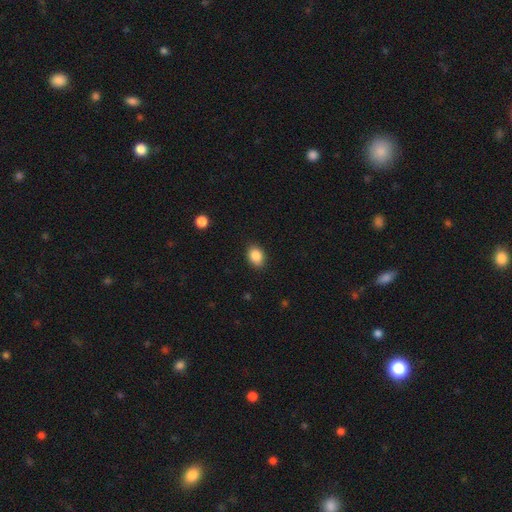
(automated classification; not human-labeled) Overall: smooth (87%). How rounded: in between (69%; round 30%). Merging: none (87%).